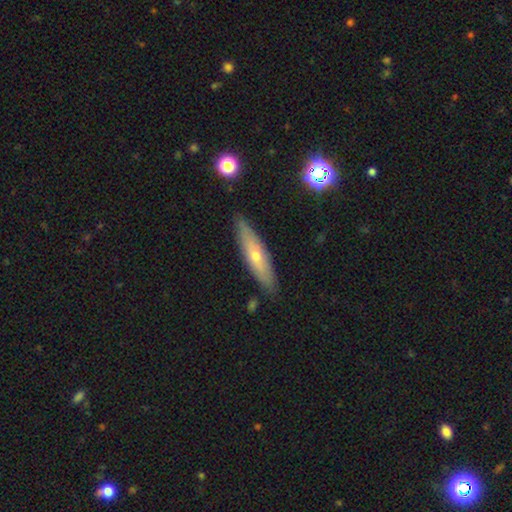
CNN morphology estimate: Smooth or featured: featured or disk — 48% (smooth — 46%)
Merging: none — 85% (minor disturbance — 11%)